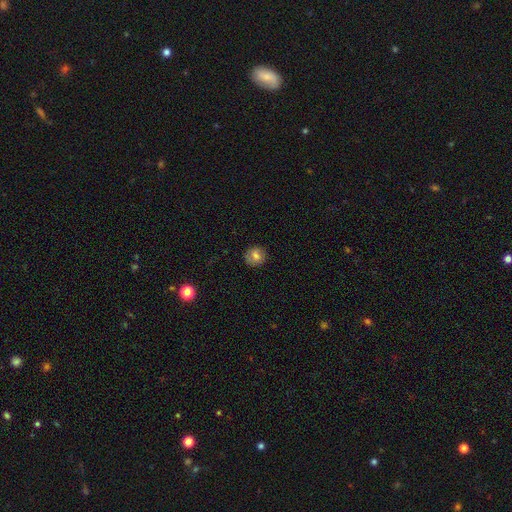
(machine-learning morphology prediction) Smooth or featured? smooth (72%)
How rounded? round (83%)
Merging? none (85%)